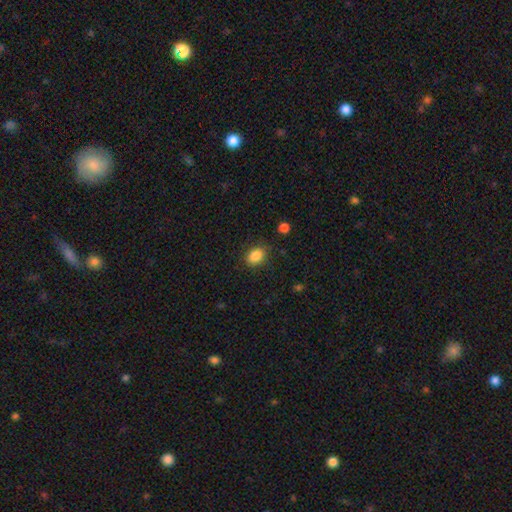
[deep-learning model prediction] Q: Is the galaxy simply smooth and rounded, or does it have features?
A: smooth — 87%.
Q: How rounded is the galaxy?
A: in between — 72%.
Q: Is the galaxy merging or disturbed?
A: none — 83%.